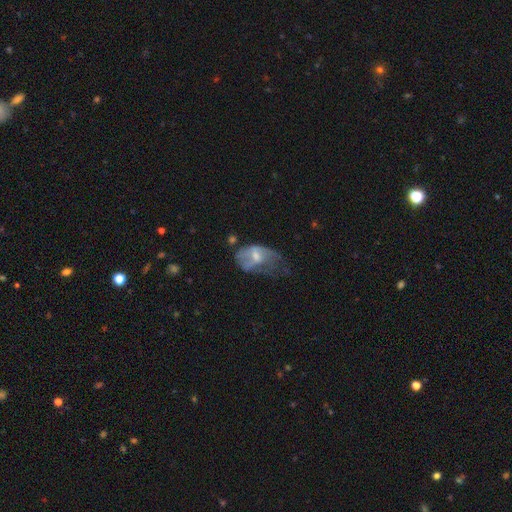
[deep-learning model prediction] Smooth or featured? Predicted: featured or disk (p=0.50). Merging? Predicted: major disturbance (p=0.46).